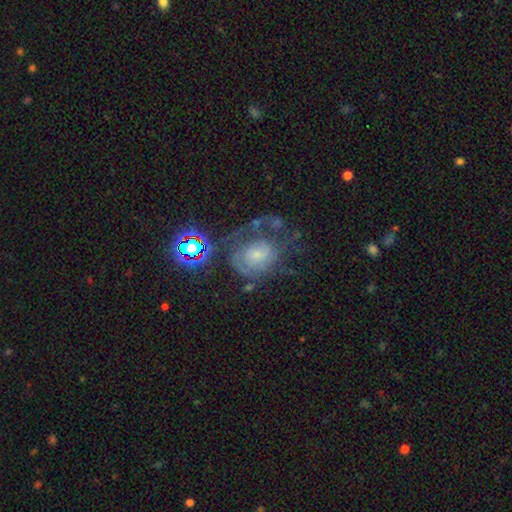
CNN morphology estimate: smooth-or-featured: featured or disk: 56% | smooth: 25% | star or artifact: 19%
  disk-edge-on: no: 97% | yes: 3%
    bar: no: 75% | weak: 20% | strong: 5%
    has-spiral-arms: yes: 71% | no: 29%
    bulge-size: small: 56% | moderate: 27% | none: 9% | large: 6% | dominant: 2%
  merging: none: 41% | major disturbance: 31% | minor disturbance: 21% | merger: 7%